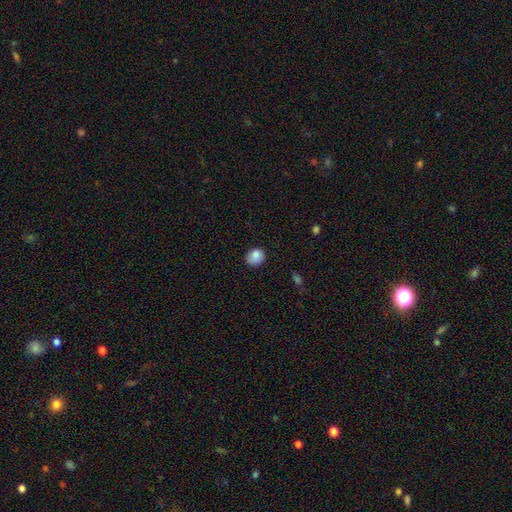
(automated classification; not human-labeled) smooth 86%, star or artifact 9%, featured or disk 5%. Down the decision tree: how rounded — round (62%); merging — none (75%).